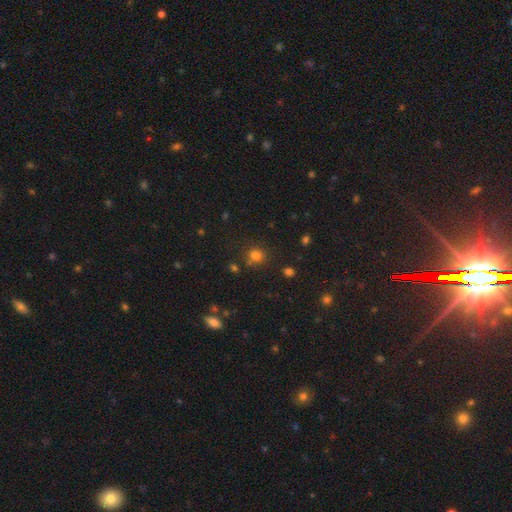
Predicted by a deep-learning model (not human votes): smooth_or_featured: smooth (p=0.74) [alt: star or artifact p=0.20]
how_rounded: round (p=0.75) [alt: in between p=0.24]
merging: none (p=0.70) [alt: minor disturbance p=0.14]